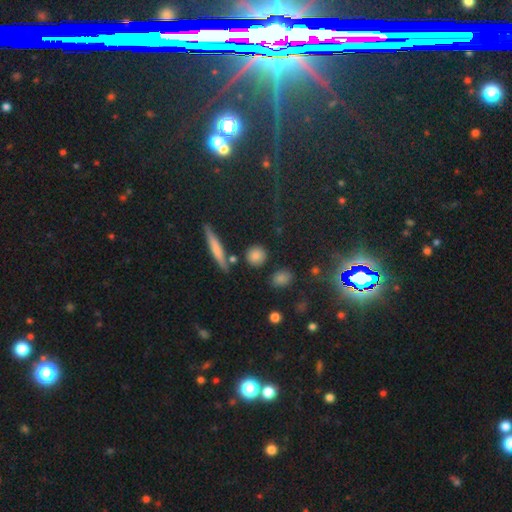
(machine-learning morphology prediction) smooth 82%, star or artifact 10%, featured or disk 8%. Down the decision tree: how rounded — round (85%); merging — none (84%).